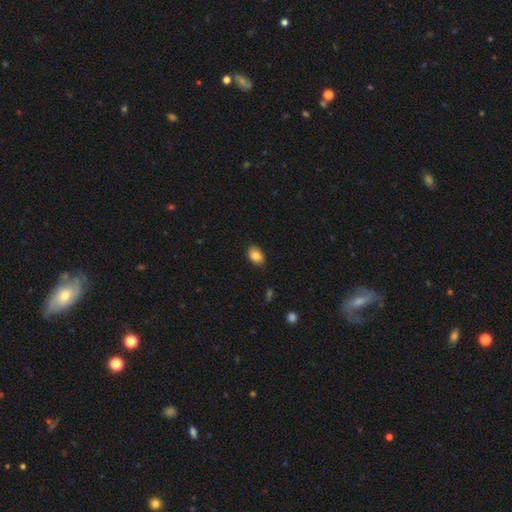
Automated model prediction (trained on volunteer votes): smooth 84%, featured or disk 8%, star or artifact 8%. Down the decision tree: how rounded — in between (86%); merging — none (82%).